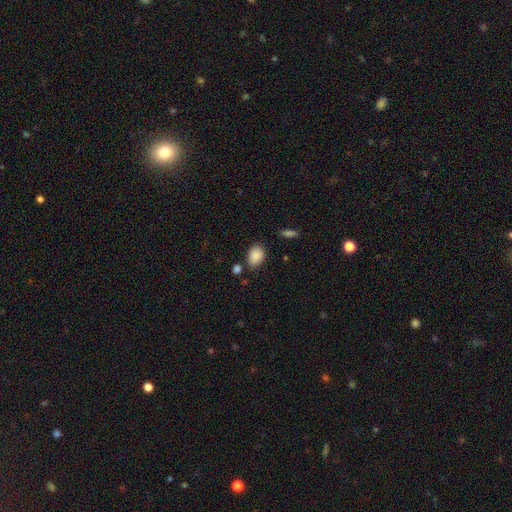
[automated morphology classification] Overall: smooth (88%). How rounded: in between (81%). Merging: none (77%).